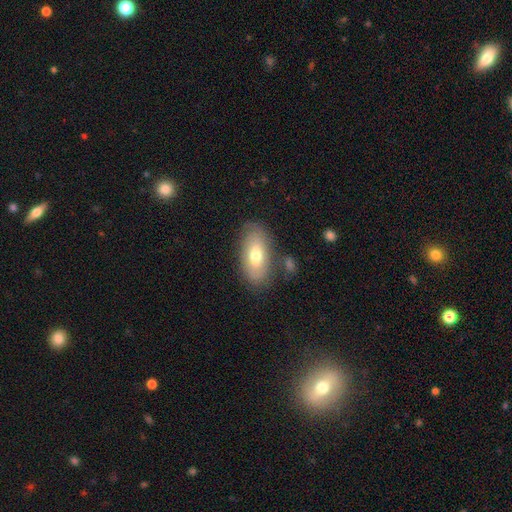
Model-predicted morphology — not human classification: A smooth galaxy with no disk features (63%) that is in between round and cigar-shaped (90%). Merging: none (75%).